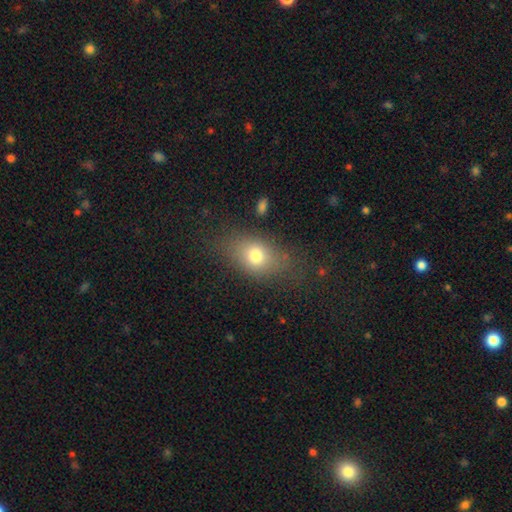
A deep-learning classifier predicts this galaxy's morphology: Smooth or featured? smooth (74%)
How rounded? in between (73%)
Merging? none (68%)